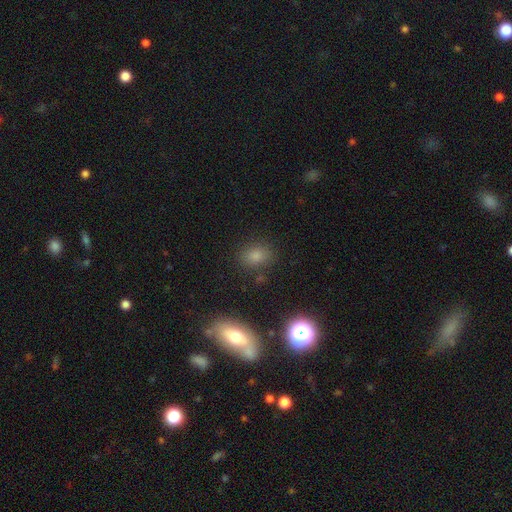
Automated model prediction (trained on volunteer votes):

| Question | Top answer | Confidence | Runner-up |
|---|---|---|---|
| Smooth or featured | smooth | 71% | star or artifact (20%) |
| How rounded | in between | 59% | round (39%) |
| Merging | none | 82% | minor disturbance (11%) |